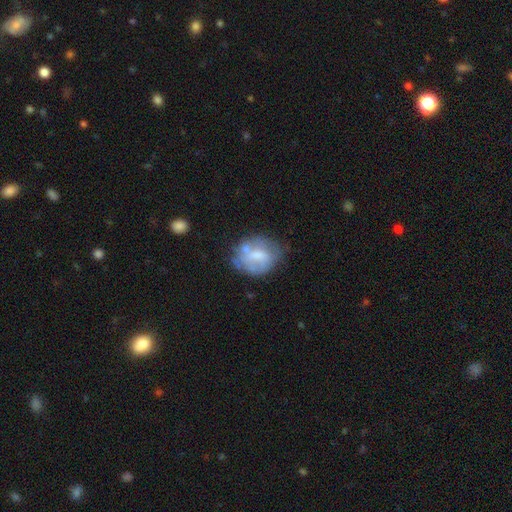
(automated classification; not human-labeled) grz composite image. It shows a featured or disk galaxy (47%). Merging: none (47%).